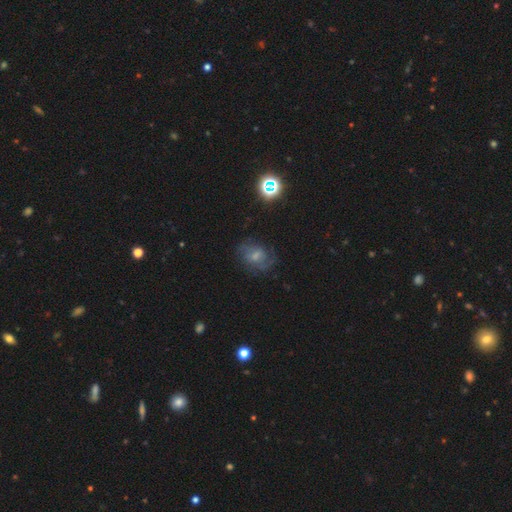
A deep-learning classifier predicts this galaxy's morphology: Q: Smooth or featured?
A: featured or disk (54%); runner-up: smooth (32%)
Q: Edge-on disk?
A: no (97%); runner-up: yes (3%)
Q: Bar?
A: no (48%); runner-up: weak (43%)
Q: Spiral arms?
A: yes (78%); runner-up: no (22%)
Q: Bulge size?
A: small (40%); tied with: moderate (40%)
Q: Merging?
A: none (61%); runner-up: minor disturbance (22%)